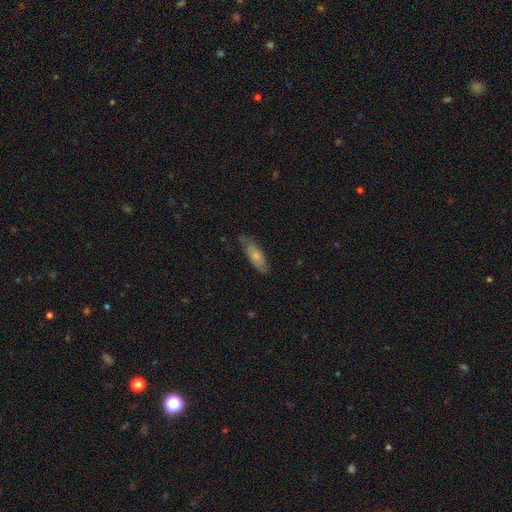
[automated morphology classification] Smooth or featured? Predicted: smooth (p=0.64). How rounded? Predicted: in between (p=0.60). Merging? Predicted: none (p=0.66).